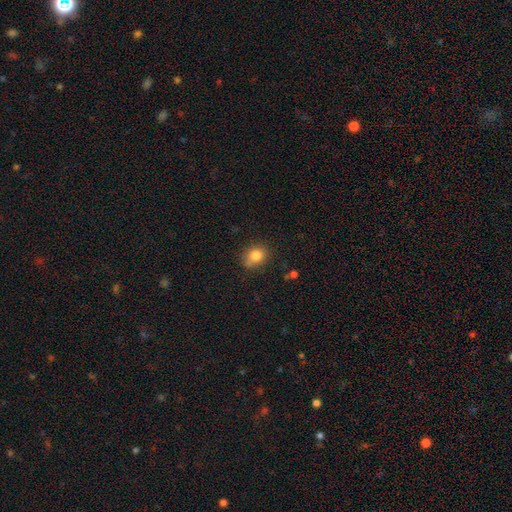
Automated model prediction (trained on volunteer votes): The model was most divided on "how rounded": round: 65%, in between: 34%, cigar-shaped: 1%. More confident: smooth or featured — smooth (81%); merging — none (73%).